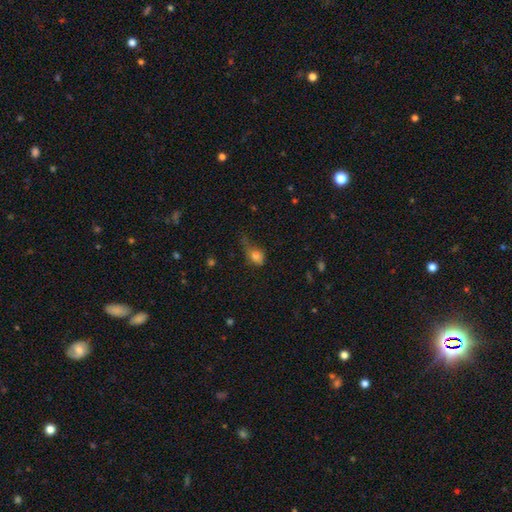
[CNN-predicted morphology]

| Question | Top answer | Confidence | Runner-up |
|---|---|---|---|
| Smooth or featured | smooth | 77% | featured or disk (12%) |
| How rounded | in between | 62% | round (35%) |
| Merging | major disturbance | 33% | tied: minor disturbance (33%) |